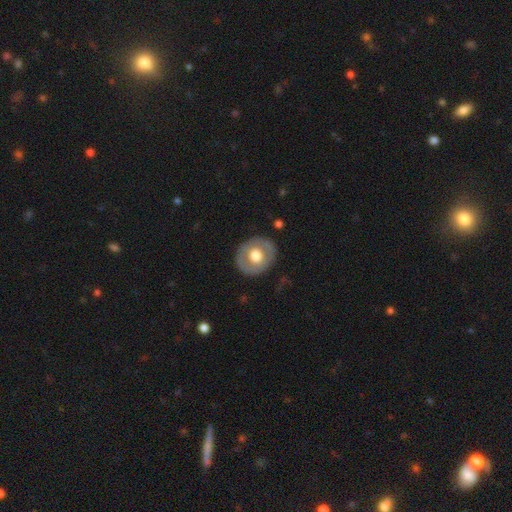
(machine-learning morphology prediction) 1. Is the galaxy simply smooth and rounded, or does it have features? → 53% smooth, 41% featured or disk, 6% star or artifact.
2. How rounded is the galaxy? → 73% round, 26% in between, 1% cigar-shaped.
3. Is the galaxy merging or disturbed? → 84% none, 11% minor disturbance, 4% major disturbance, 1% merger.